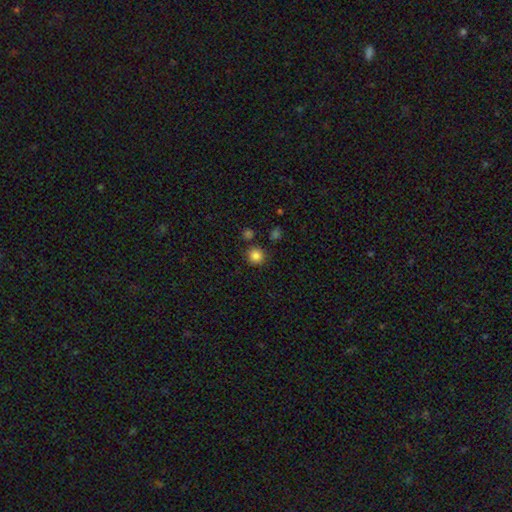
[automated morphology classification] Q: Smooth or featured?
A: smooth (84%); runner-up: star or artifact (11%)
Q: How rounded?
A: round (93%); runner-up: in between (6%)
Q: Merging?
A: none (86%); runner-up: minor disturbance (7%)